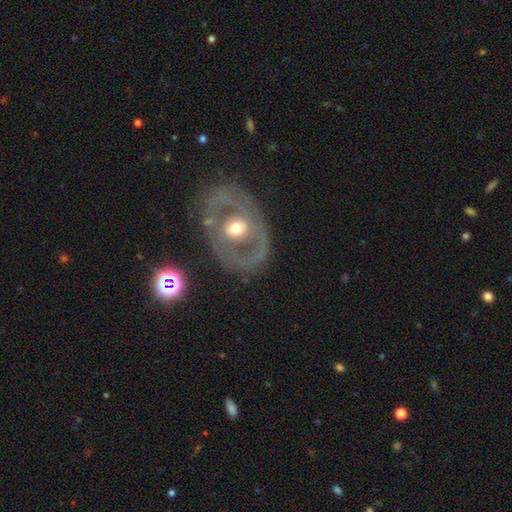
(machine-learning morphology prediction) Smooth or featured?
  - featured or disk: 76% *
  - smooth: 18%
  - star or artifact: 6%
Edge-on disk?
  - no: 94% *
  - yes: 6%
Bar?
  - no: 67% *
  - weak: 22%
  - strong: 11%
Spiral arms?
  - no: 59% *
  - yes: 41%
Bulge size?
  - moderate: 71% *
  - small: 19%
  - large: 7%
  - dominant: 1%
  - none: 1%
Merging?
  - none: 75% *
  - minor disturbance: 14%
  - major disturbance: 8%
  - merger: 2%